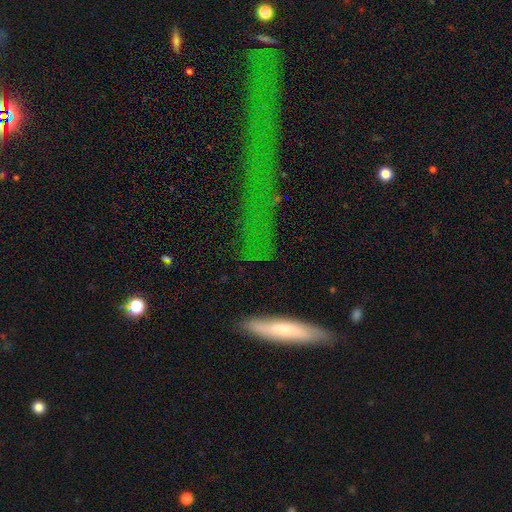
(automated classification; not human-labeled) smooth-or-featured: smooth: 54% | featured or disk: 35% | star or artifact: 11%
  how-rounded: cigar-shaped: 83% | in between: 13% | round: 5%
  merging: none: 60% | major disturbance: 18% | minor disturbance: 17% | merger: 6%